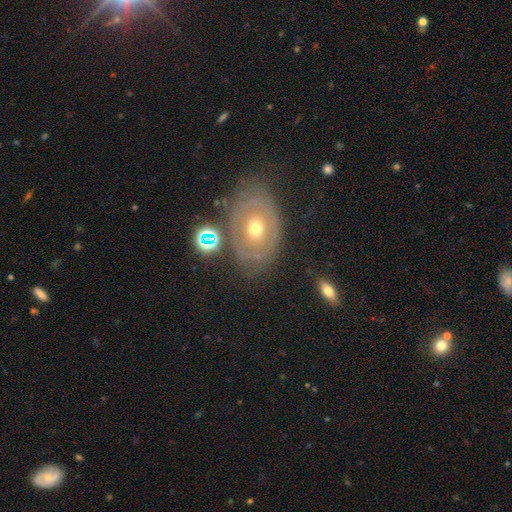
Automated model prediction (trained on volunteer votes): featured or disk 72%, smooth 18%, star or artifact 9%. Down the decision tree: edge-on disk — no (94%); bar — no (84%); spiral arms — yes (58%); bulge size — moderate (65%); merging — none (71%).